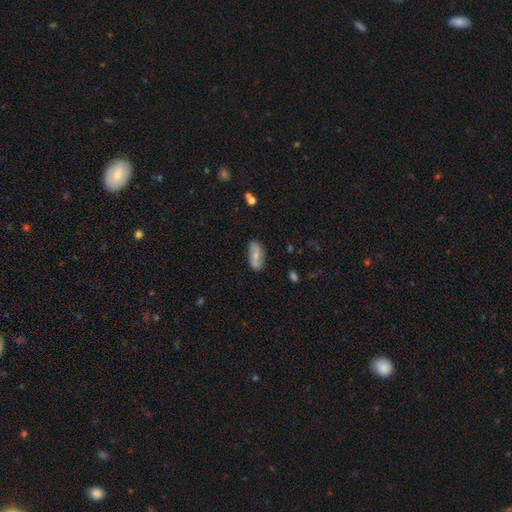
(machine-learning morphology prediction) The model was most divided on "smooth or featured": smooth: 48%, featured or disk: 45%, star or artifact: 7%. More confident: merging — none (80%).